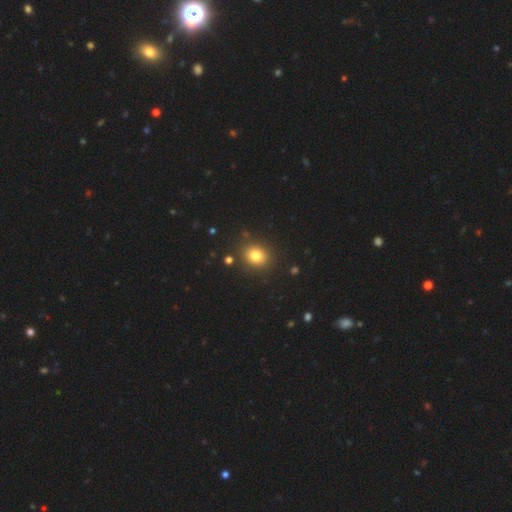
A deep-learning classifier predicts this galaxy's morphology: smooth 81%, star or artifact 12%, featured or disk 7%. Down the decision tree: how rounded — round (61%); merging — none (86%).